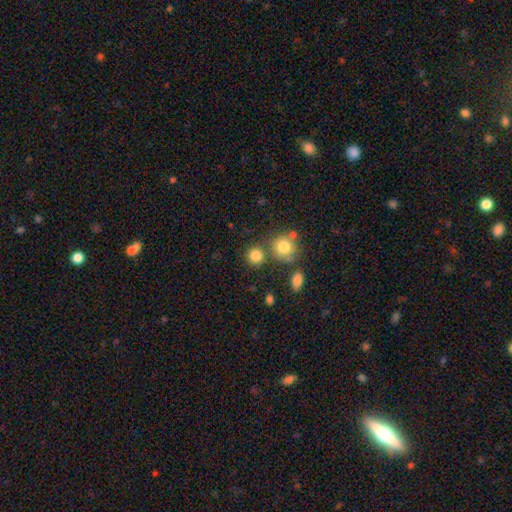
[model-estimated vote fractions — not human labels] smooth-or-featured: smooth: 82% | star or artifact: 11% | featured or disk: 6%
  how-rounded: round: 89% | in between: 10% | cigar-shaped: 1%
  merging: none: 70% | merger: 18% | minor disturbance: 9% | major disturbance: 3%